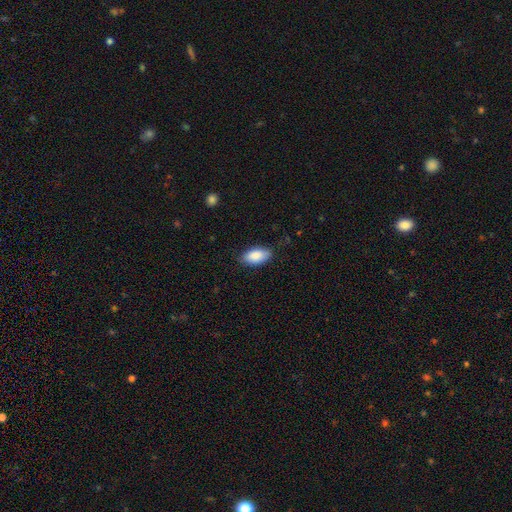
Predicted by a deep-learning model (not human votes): This appears to be a smooth galaxy with no disk features (87%) that is in between round and cigar-shaped (93%). Merging: none (79%).